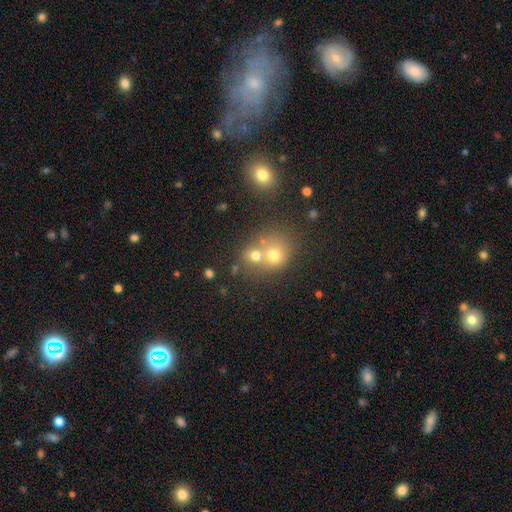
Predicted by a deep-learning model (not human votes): Smooth or featured?
  - smooth: 67% *
  - star or artifact: 17%
  - featured or disk: 16%
How rounded?
  - round: 74% *
  - in between: 25%
  - cigar-shaped: 1%
Merging?
  - merger: 52% *
  - none: 36%
  - minor disturbance: 7%
  - major disturbance: 4%